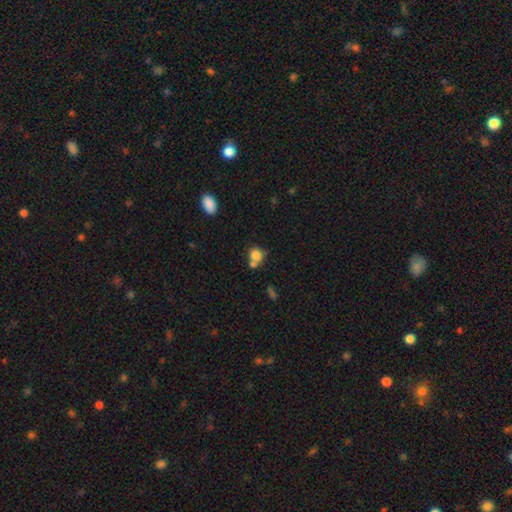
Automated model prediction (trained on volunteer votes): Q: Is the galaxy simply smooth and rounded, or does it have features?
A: smooth — 79%.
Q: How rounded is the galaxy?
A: round — 75%.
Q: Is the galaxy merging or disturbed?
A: none — 44%.